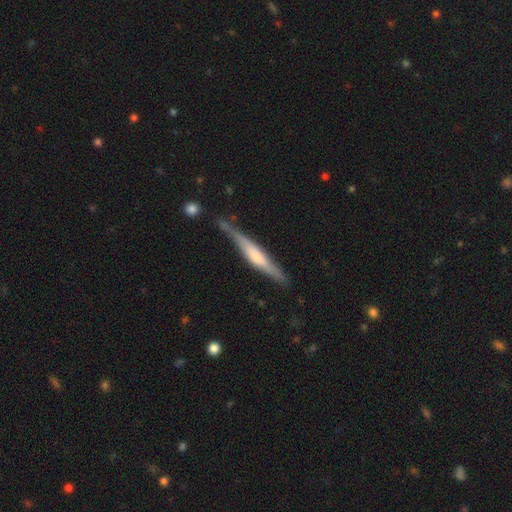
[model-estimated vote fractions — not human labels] Morphology: type=featured or disk (73%); edge-on=yes (96%); edge-on bulge=rounded (57%); merging=none (75%).